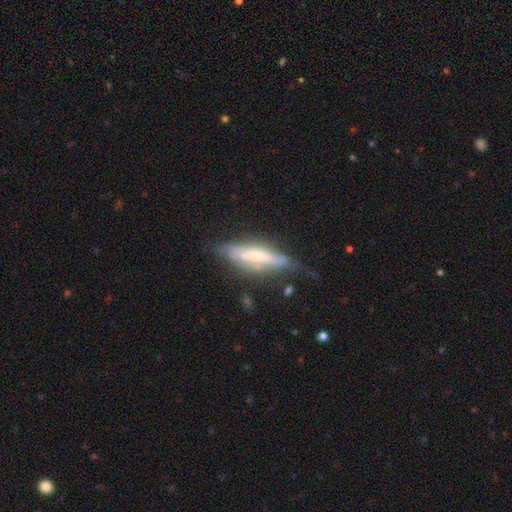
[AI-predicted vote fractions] Smooth or featured? Predicted: featured or disk (p=0.62). Edge-on disk? Predicted: yes (p=0.80). Merging? Predicted: none (p=0.58).